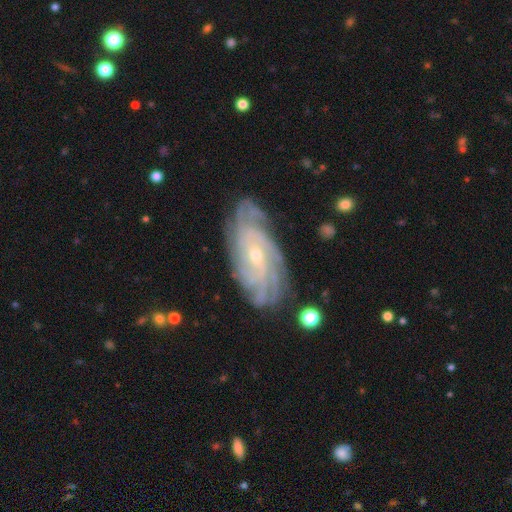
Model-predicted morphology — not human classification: Q: Smooth or featured?
A: featured or disk (88%); runner-up: smooth (7%)
Q: Edge-on disk?
A: no (94%); runner-up: yes (6%)
Q: Bar?
A: no (63%); runner-up: weak (29%)
Q: Spiral arms?
A: yes (98%); runner-up: no (2%)
Q: Spiral winding?
A: tight (75%); runner-up: medium (21%)
Q: Spiral arm count?
A: 4 (28%); runner-up: can't tell (26%)
Q: Bulge size?
A: small (71%); runner-up: moderate (25%)
Q: Merging?
A: none (80%); runner-up: minor disturbance (14%)